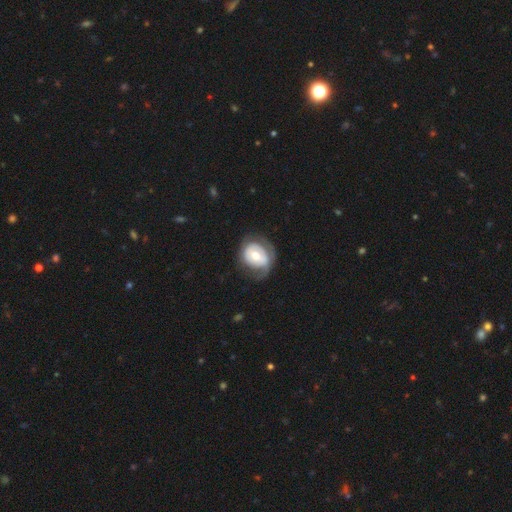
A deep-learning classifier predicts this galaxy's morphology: The model was most divided on "bar": no: 48%, weak: 36%, strong: 16%. More confident: edge-on disk — no (96%); bulge size — moderate (64%); spiral arms — yes (56%); smooth or featured — featured or disk (55%); merging — none (55%).